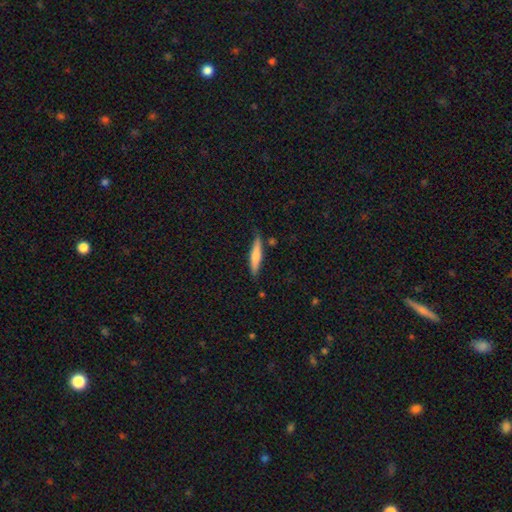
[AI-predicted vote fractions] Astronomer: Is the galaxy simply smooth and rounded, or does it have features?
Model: smooth — 66%.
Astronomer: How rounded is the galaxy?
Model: cigar-shaped — 87%.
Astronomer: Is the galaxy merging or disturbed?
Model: none — 81%.